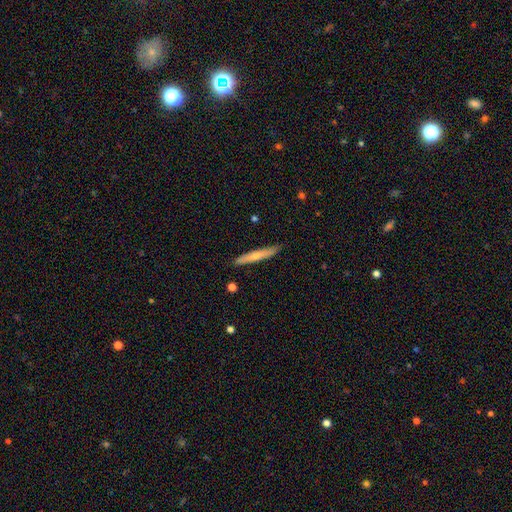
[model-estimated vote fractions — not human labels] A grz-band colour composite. It shows a smooth galaxy with no disk features (58%) that is cigar-shaped (95%). Merging: none (87%).